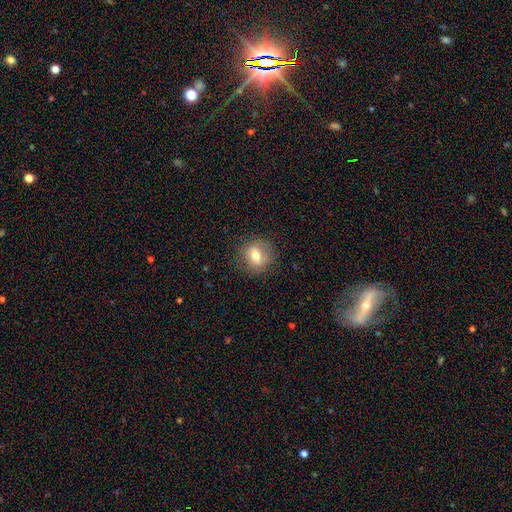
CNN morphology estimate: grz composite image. It shows a smooth galaxy with no disk features (59%) that is round (78%). Merging: none (82%).